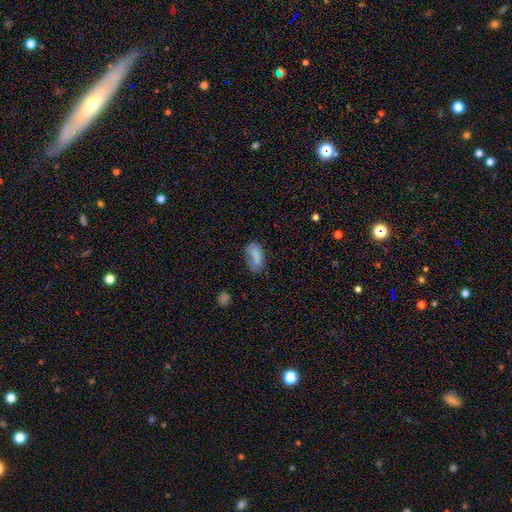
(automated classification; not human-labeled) The model was most divided on "merging": none: 49%, minor disturbance: 30%, major disturbance: 17%, merger: 4%. More confident: how rounded — in between (91%); smooth or featured — smooth (75%).